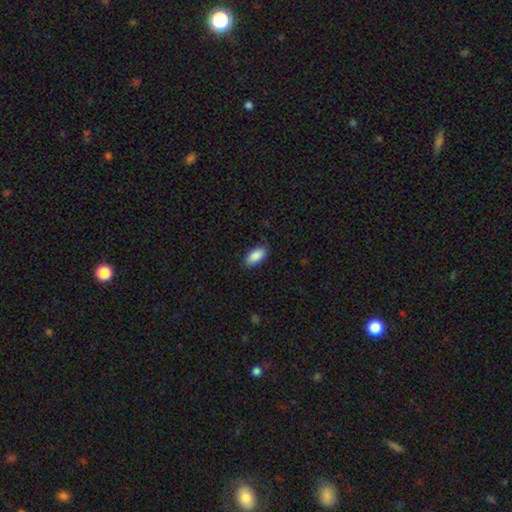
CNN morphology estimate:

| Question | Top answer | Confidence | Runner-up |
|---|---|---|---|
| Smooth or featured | smooth | 89% | star or artifact (6%) |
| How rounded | in between | 92% | cigar-shaped (5%) |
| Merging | none | 83% | minor disturbance (13%) |